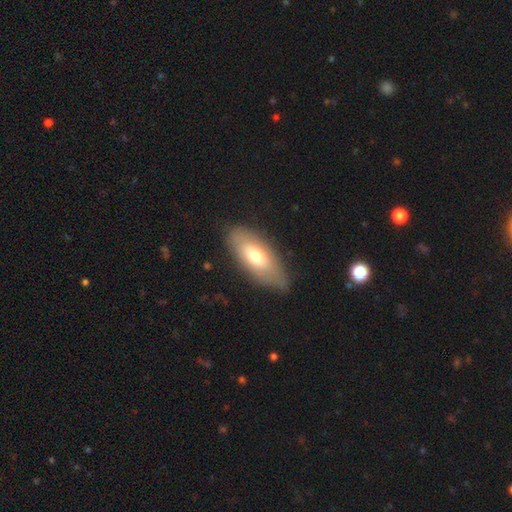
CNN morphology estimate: smooth 64%, featured or disk 30%, star or artifact 6%. Down the decision tree: how rounded — in between (83%); merging — none (76%).